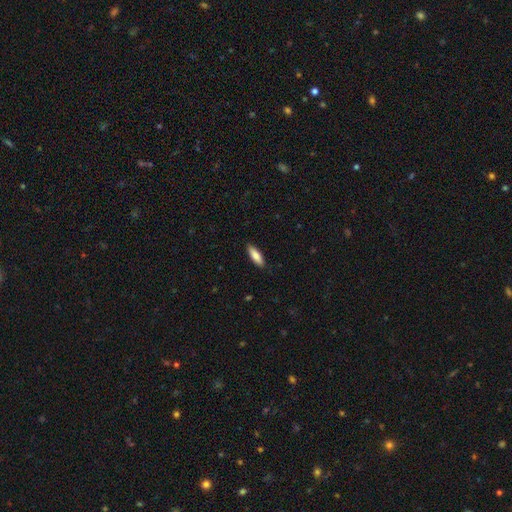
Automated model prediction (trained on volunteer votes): Overall: smooth (83%). How rounded: in between (56%; cigar-shaped 43%). Merging: none (89%).